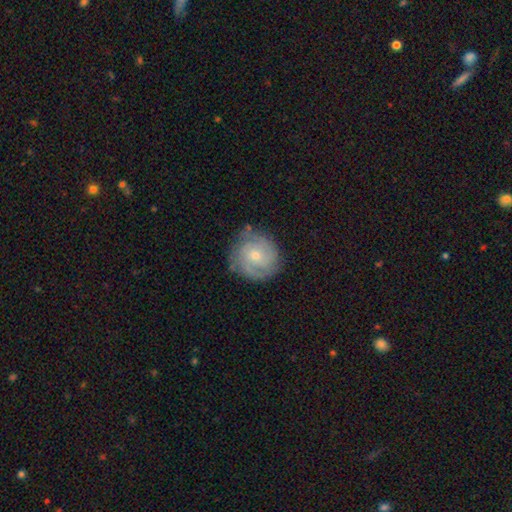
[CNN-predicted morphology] Smooth or featured? Predicted: featured or disk (p=0.73). Edge-on disk? Predicted: no (p=0.98). Bar? Predicted: no (p=0.72). Spiral arms? Predicted: yes (p=0.92). Spiral winding? Predicted: tight (p=0.66). Spiral arm count? Predicted: 2 (p=0.32). Bulge size? Predicted: small (p=0.58). Merging? Predicted: none (p=0.79).